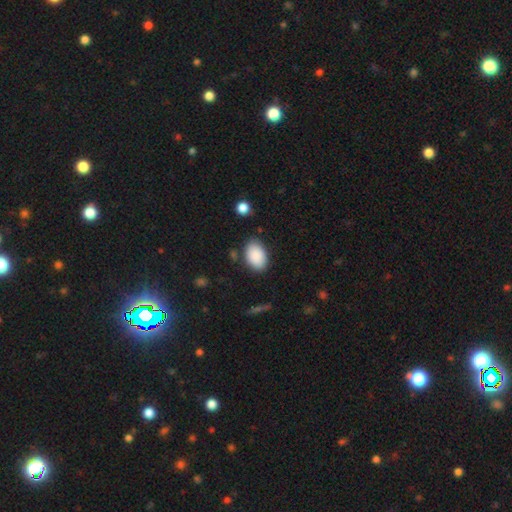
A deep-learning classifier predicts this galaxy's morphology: smooth_or_featured: smooth (p=0.89) [alt: star or artifact p=0.07]
how_rounded: in between (p=0.89) [alt: round p=0.10]
merging: none (p=0.80) [alt: minor disturbance p=0.14]